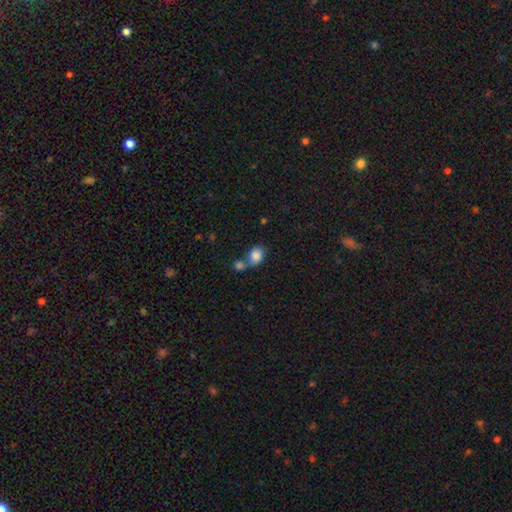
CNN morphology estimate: smooth-or-featured: smooth: 85% | star or artifact: 9% | featured or disk: 6%
  how-rounded: in between: 61% | round: 38% | cigar-shaped: 1%
  merging: none: 42% (tied) | merger: 42% (tied) | minor disturbance: 12% | major disturbance: 5%